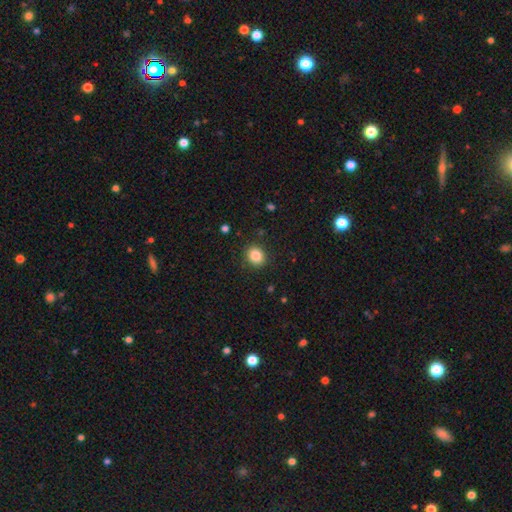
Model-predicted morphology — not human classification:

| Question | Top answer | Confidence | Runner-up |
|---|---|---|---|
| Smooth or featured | smooth | 84% | star or artifact (10%) |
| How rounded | round | 67% | in between (32%) |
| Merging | none | 89% | minor disturbance (7%) |